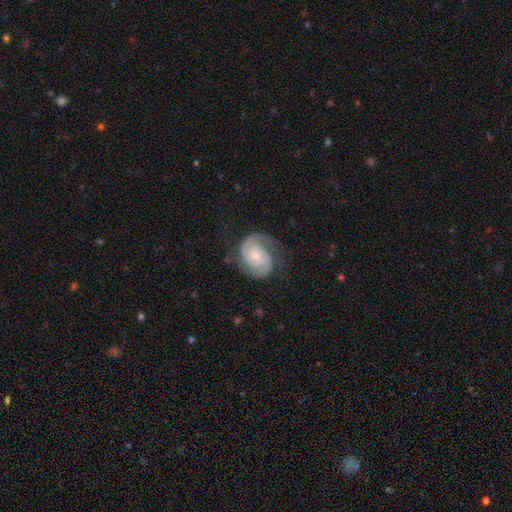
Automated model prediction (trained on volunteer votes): Smooth or featured? featured or disk (86%)
Edge-on disk? no (98%)
Bar? no (62%)
Spiral arms? yes (97%)
Spiral winding? tight (55%)
Spiral arm count? 2 (84%)
Bulge size? moderate (50%)
Merging? none (69%)